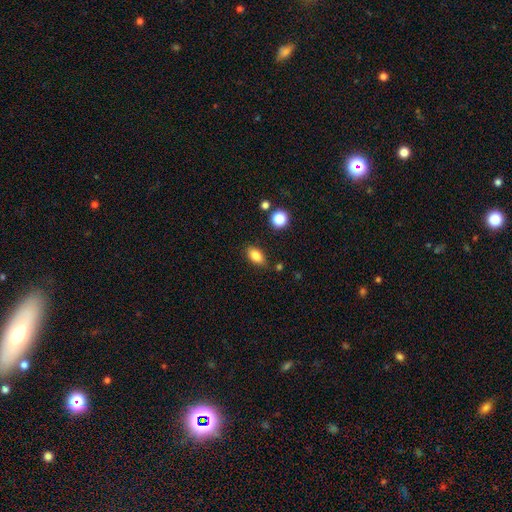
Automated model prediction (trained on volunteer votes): Morphology: type=smooth (83%); roundness=in between (87%); merging=none (81%).